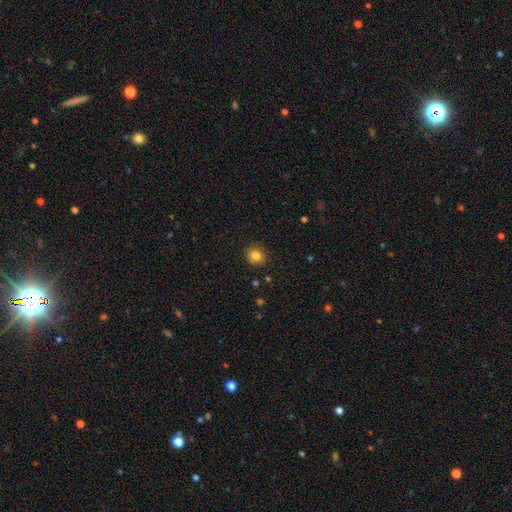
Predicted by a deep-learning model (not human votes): This appears to be a smooth galaxy with no disk features (82%) that is round (77%). Merging: none (87%).